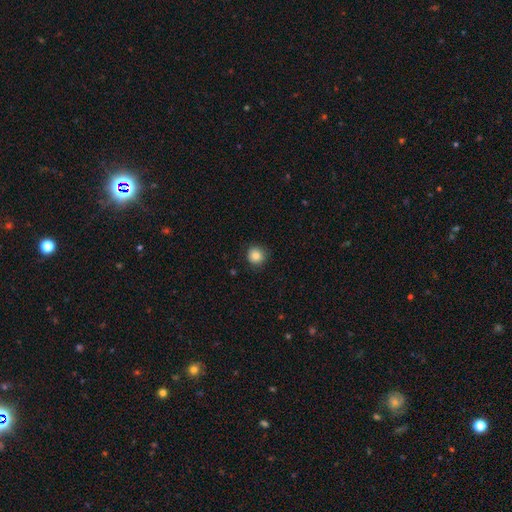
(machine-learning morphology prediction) Overall: smooth (84%). How rounded: round (94%). Merging: none (88%).